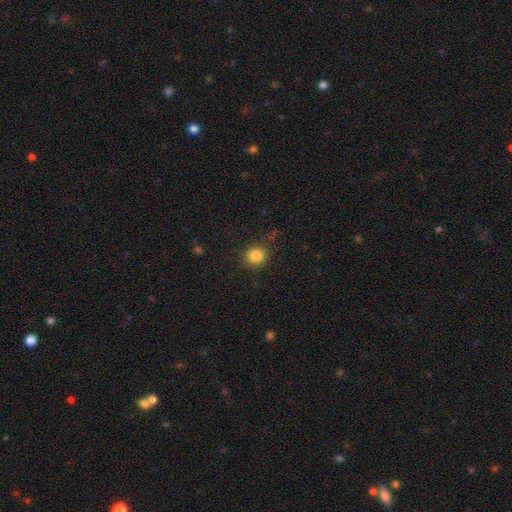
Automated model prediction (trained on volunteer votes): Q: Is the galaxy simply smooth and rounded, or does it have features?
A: smooth — 85%.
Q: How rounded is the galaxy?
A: round — 90%.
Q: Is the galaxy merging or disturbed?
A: none — 87%.